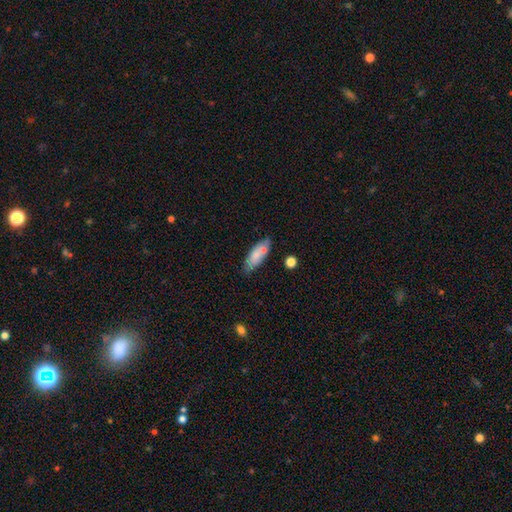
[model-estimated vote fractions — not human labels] smooth 75%, featured or disk 18%, star or artifact 7%. Down the decision tree: how rounded — in between (68%); merging — none (65%).